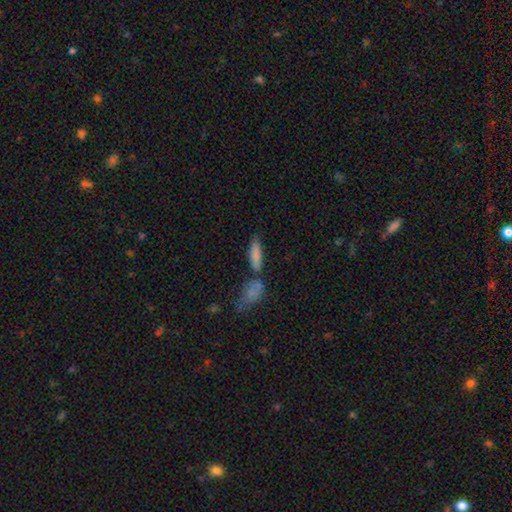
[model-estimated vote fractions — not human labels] smooth-or-featured: smooth: 81% | featured or disk: 11% | star or artifact: 8%
  how-rounded: cigar-shaped: 55% | in between: 42% | round: 3%
  merging: none: 53% | merger: 25% | minor disturbance: 16% | major disturbance: 6%